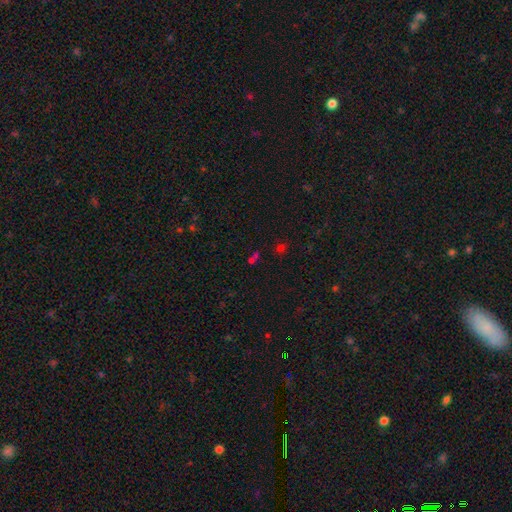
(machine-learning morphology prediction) Smooth or featured? star or artifact (48%)